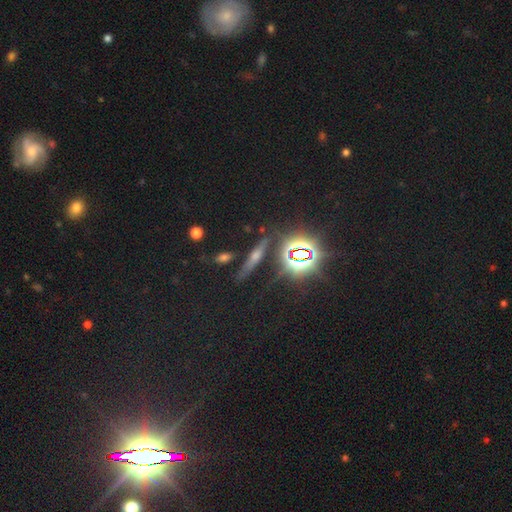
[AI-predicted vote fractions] A star or artifact, not a galaxy (40%).